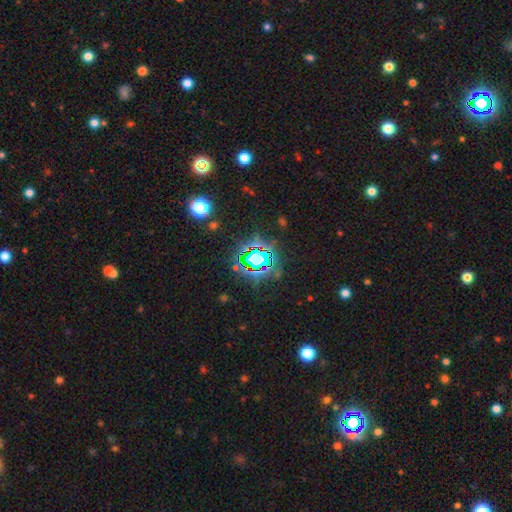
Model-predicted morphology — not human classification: type=star or artifact (73%).